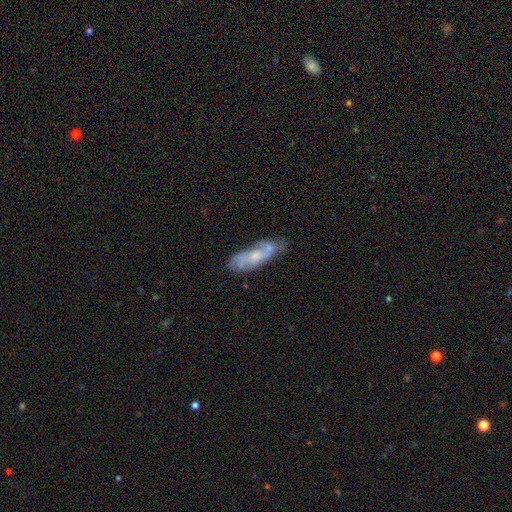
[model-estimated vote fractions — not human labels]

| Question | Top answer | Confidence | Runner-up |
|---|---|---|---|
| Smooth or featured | featured or disk | 58% | smooth (35%) |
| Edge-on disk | no | 81% | yes (19%) |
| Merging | none | 57% | minor disturbance (25%) |